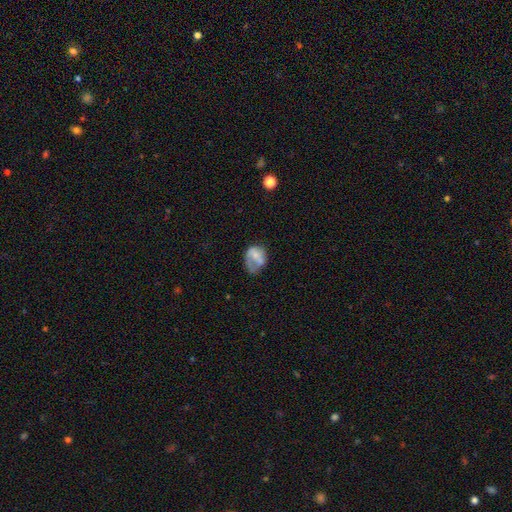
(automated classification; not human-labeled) Morphology: type=smooth (55%); roundness=in between (67%); merging=major disturbance (33%).